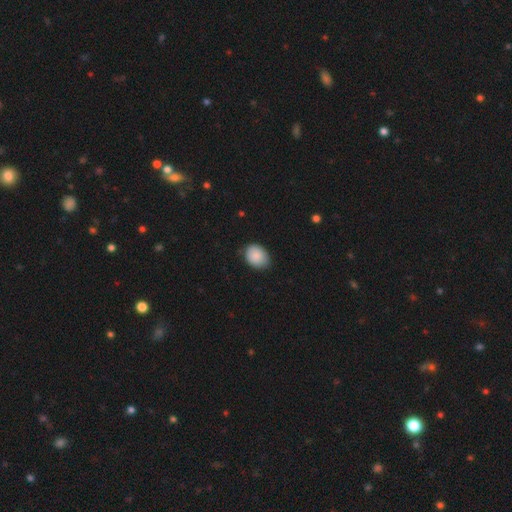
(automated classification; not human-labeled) Smooth or featured? smooth (87%)
How rounded? in between (55%)
Merging? none (78%)